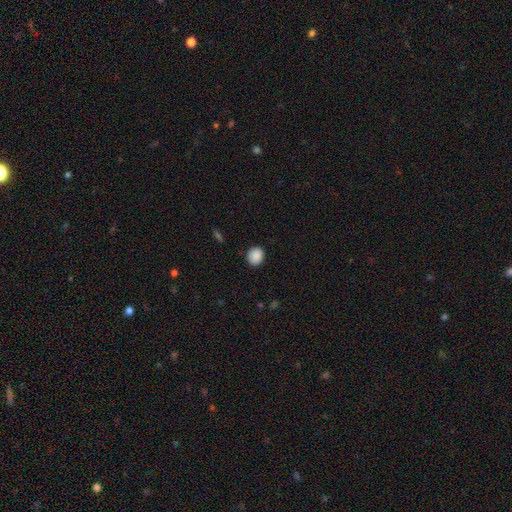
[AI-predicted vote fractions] Q: Smooth or featured?
A: smooth (89%); runner-up: star or artifact (8%)
Q: How rounded?
A: round (81%); runner-up: in between (18%)
Q: Merging?
A: none (89%); runner-up: minor disturbance (8%)